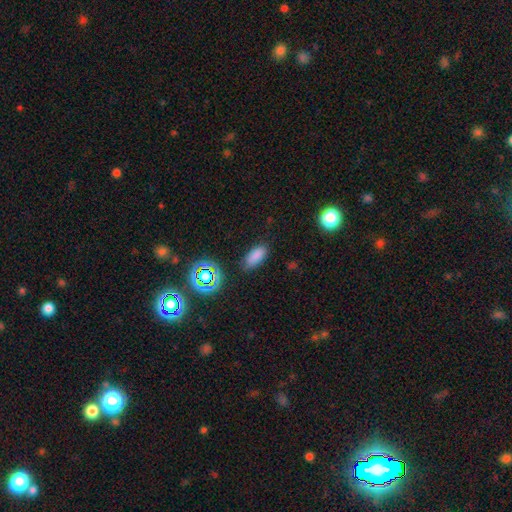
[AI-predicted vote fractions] Smooth or featured? smooth (79%)
How rounded? in between (85%)
Merging? none (81%)